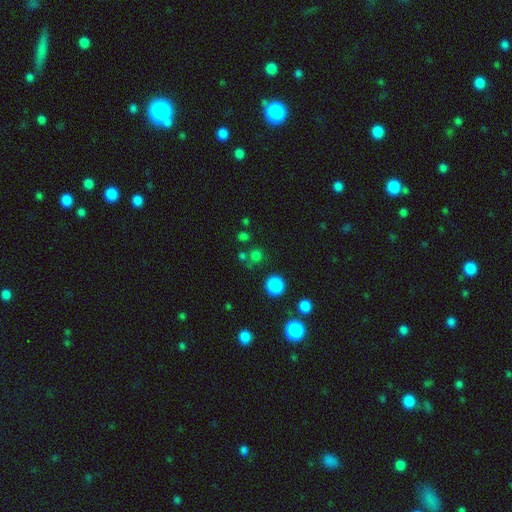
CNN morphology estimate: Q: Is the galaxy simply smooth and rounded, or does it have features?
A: smooth — 70%.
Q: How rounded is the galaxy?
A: round — 88%.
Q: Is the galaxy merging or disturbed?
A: none — 73%.